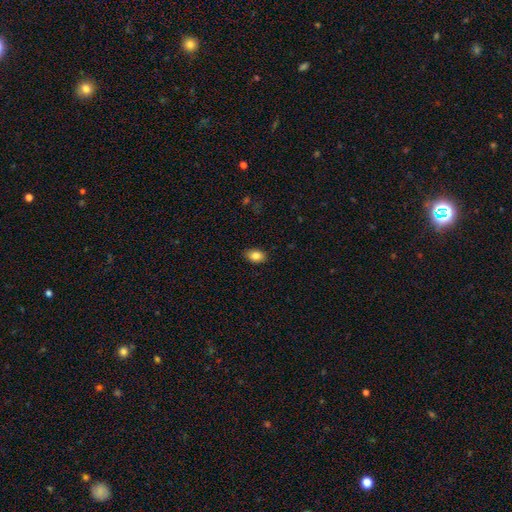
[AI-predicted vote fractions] Q: Smooth or featured?
A: smooth (85%); runner-up: star or artifact (8%)
Q: How rounded?
A: in between (84%); runner-up: round (15%)
Q: Merging?
A: none (87%); runner-up: minor disturbance (10%)